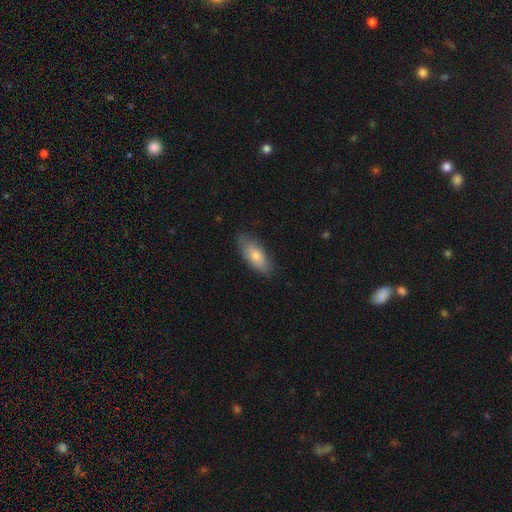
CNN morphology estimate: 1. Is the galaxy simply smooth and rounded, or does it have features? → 75% smooth, 19% featured or disk, 6% star or artifact.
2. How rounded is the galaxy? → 79% in between, 19% cigar-shaped, 2% round.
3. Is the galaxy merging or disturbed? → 82% none, 14% minor disturbance, 2% major disturbance, 1% merger.